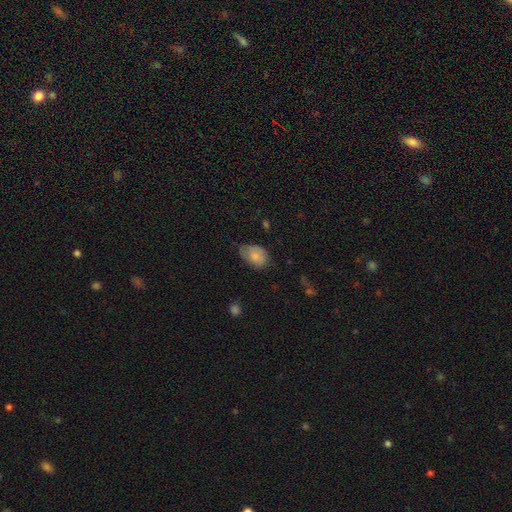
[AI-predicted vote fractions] Morphology: type=smooth (76%); roundness=in between (85%); merging=none (50%).